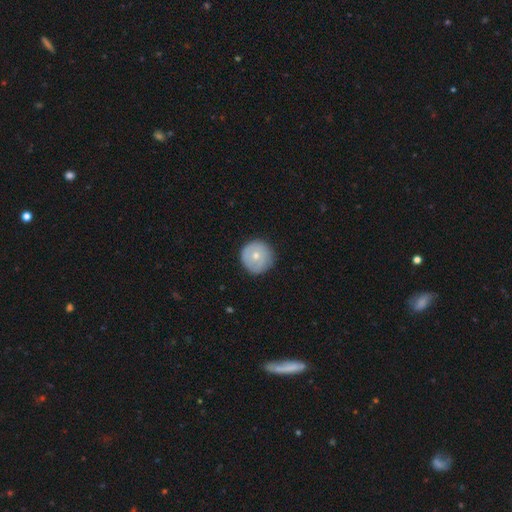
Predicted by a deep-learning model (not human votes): Smooth or featured: smooth — 63% (featured or disk — 30%)
How rounded: round — 96% (in between — 3%)
Merging: none — 85% (minor disturbance — 11%)